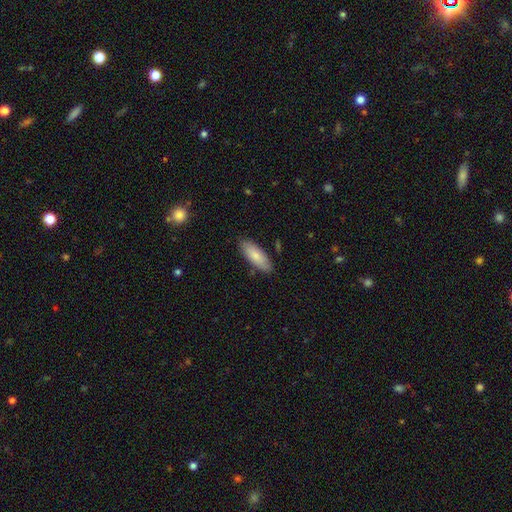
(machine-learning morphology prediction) Q: Smooth or featured?
A: smooth (82%); runner-up: featured or disk (12%)
Q: How rounded?
A: in between (71%); runner-up: cigar-shaped (28%)
Q: Merging?
A: none (84%); runner-up: minor disturbance (12%)